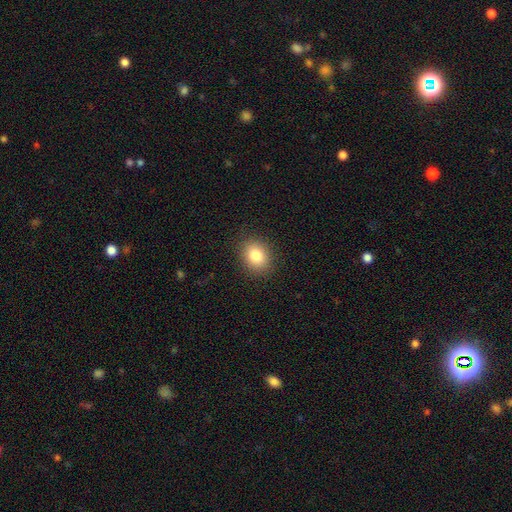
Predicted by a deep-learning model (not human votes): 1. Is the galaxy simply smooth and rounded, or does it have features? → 83% smooth, 10% star or artifact, 7% featured or disk.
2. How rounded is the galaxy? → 50% in between, 49% round, 1% cigar-shaped.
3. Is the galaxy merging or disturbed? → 88% none, 8% minor disturbance, 3% major disturbance, 1% merger.